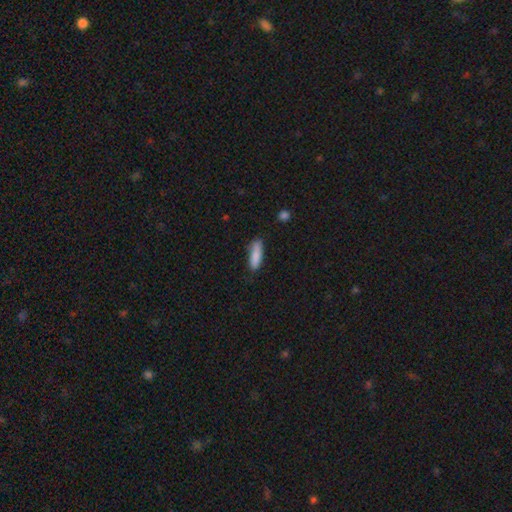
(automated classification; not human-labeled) A smooth galaxy with no disk features (86%) that is cigar-shaped (61%).

Vote fractions:
- Smooth or featured? smooth: 86% / featured or disk: 8% / star or artifact: 6%
- How rounded? cigar-shaped: 61% / in between: 37% / round: 2%
- Merging? none: 75% / minor disturbance: 19% / major disturbance: 3% / merger: 2%